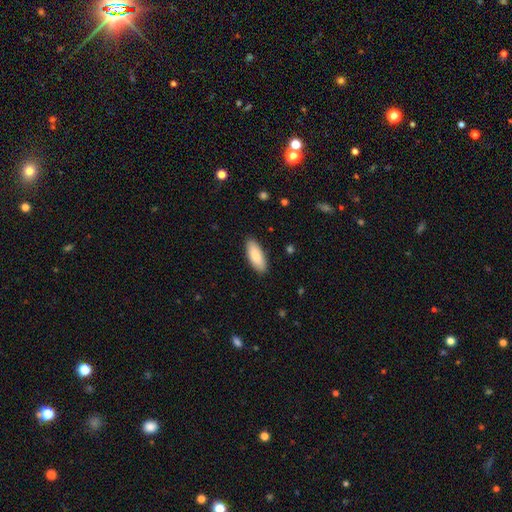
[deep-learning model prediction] A smooth galaxy with no disk features (85%) that is in between round and cigar-shaped (77%). Merging: none (88%).